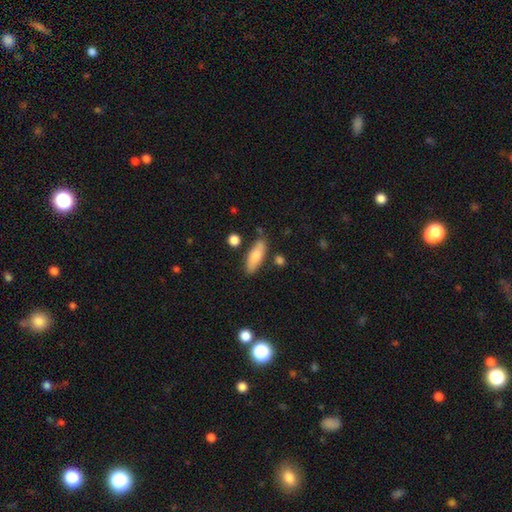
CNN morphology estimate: Smooth or featured? Predicted: smooth (p=0.77). How rounded? Predicted: in between (p=0.61). Merging? Predicted: none (p=0.79).